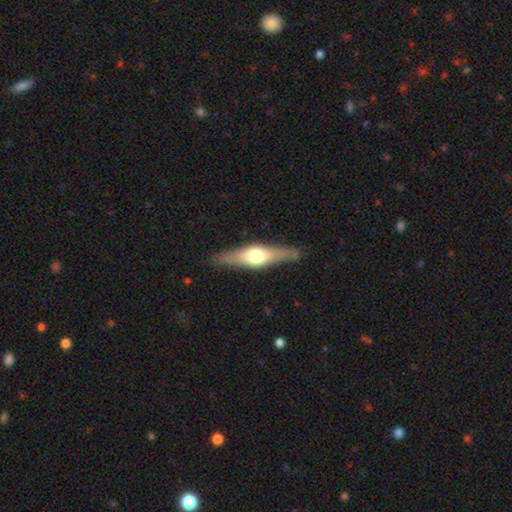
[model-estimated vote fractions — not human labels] smooth-or-featured: featured or disk: 62% | smooth: 33% | star or artifact: 5%
  disk-edge-on: yes: 93% | no: 7%
    edge-on-bulge: rounded: 92% | boxy: 6% | none: 2%
  merging: none: 84% | minor disturbance: 11% | major disturbance: 3% | merger: 2%